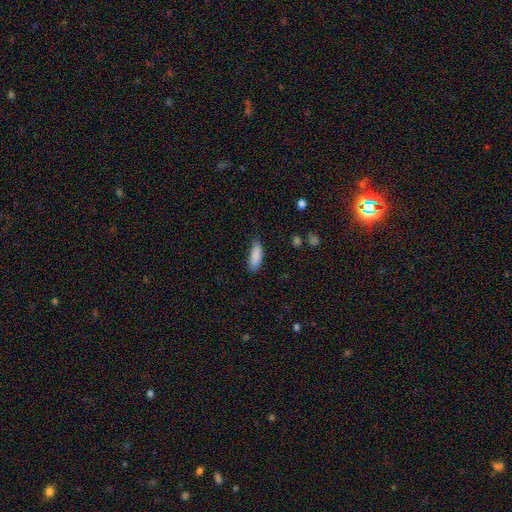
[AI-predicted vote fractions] Smooth or featured: smooth — 87% (star or artifact — 7%)
How rounded: in between — 71% (cigar-shaped — 28%)
Merging: none — 66% (minor disturbance — 27%)